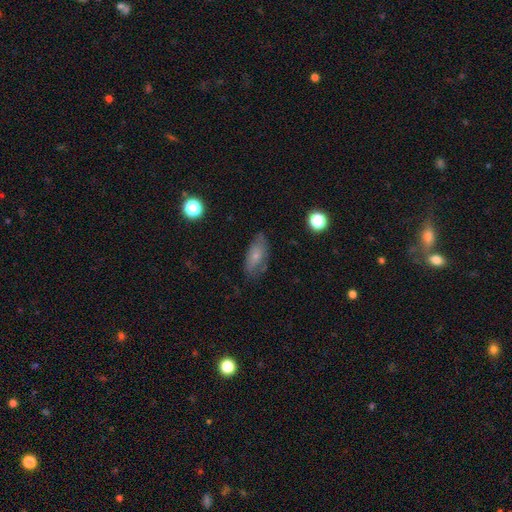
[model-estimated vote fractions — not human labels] Smooth or featured? smooth (60%)
How rounded? in between (86%)
Merging? none (63%)